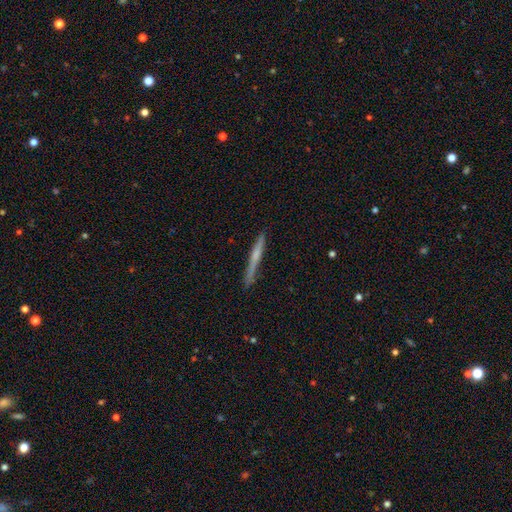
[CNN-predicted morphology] smooth_or_featured: featured or disk (p=0.50) [alt: smooth p=0.44]
disk_edge_on: yes (p=0.97) [alt: no p=0.03]
merging: none (p=0.85) [alt: minor disturbance p=0.12]